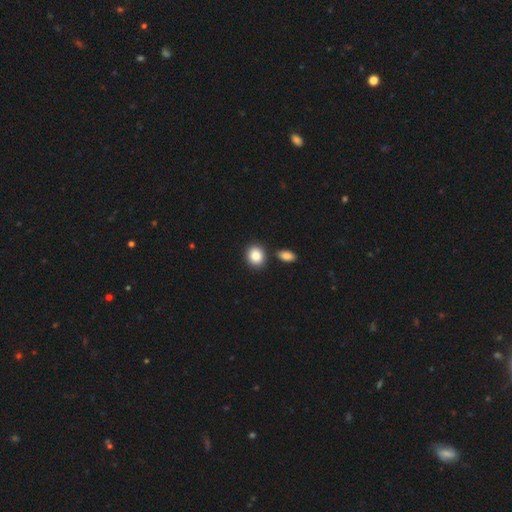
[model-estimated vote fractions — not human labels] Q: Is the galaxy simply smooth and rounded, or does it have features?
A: smooth — 88%.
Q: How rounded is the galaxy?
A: round — 56%.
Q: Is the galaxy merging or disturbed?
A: none — 78%.